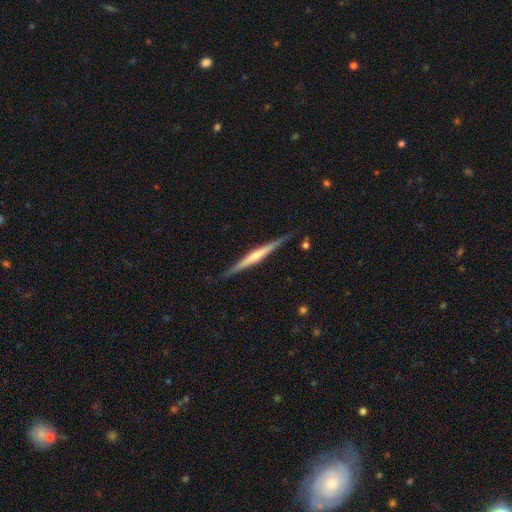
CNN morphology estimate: Smooth or featured: featured or disk — 71% (smooth — 24%)
Edge-on disk: yes — 98% (no — 2%)
Edge-on bulge: rounded — 51% (none — 34%)
Merging: none — 86% (minor disturbance — 11%)